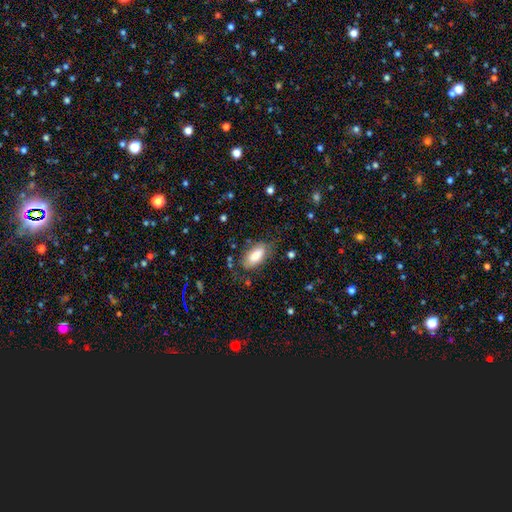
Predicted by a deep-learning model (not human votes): smooth-or-featured: smooth: 80% | featured or disk: 14% | star or artifact: 7%
  how-rounded: in between: 91% | cigar-shaped: 7% | round: 3%
  merging: none: 70% | minor disturbance: 20% | major disturbance: 8% | merger: 2%